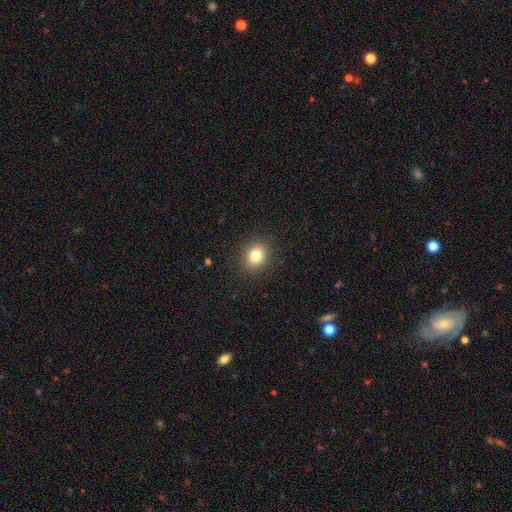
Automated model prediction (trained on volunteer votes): Morphology: type=smooth (82%); roundness=round (60%); merging=none (89%).